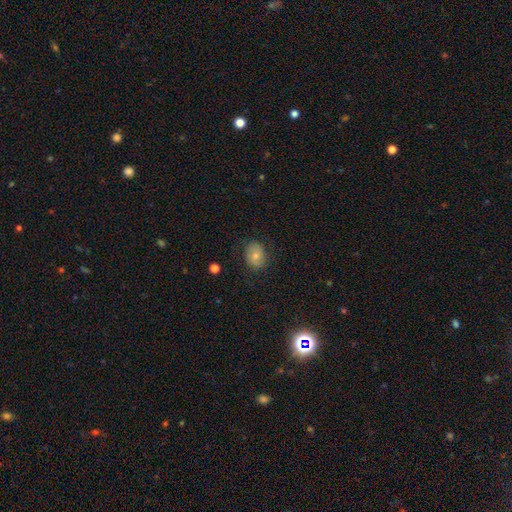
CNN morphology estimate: Smooth or featured: smooth — 69% (featured or disk — 21%)
How rounded: in between — 52% (round — 47%)
Merging: none — 77% (minor disturbance — 17%)